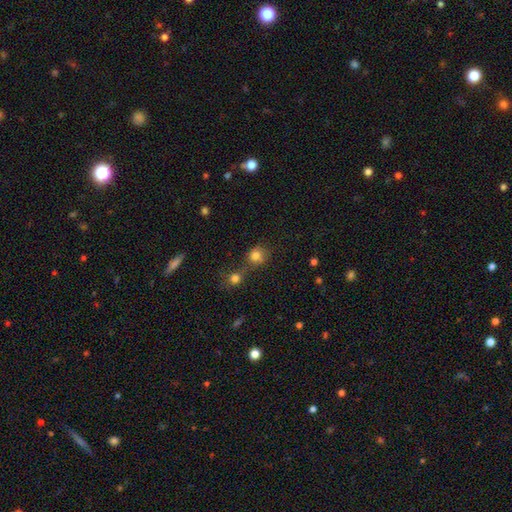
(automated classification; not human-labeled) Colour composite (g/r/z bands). It shows a smooth galaxy with no disk features (78%) that is round (81%). Merging: none (52%).